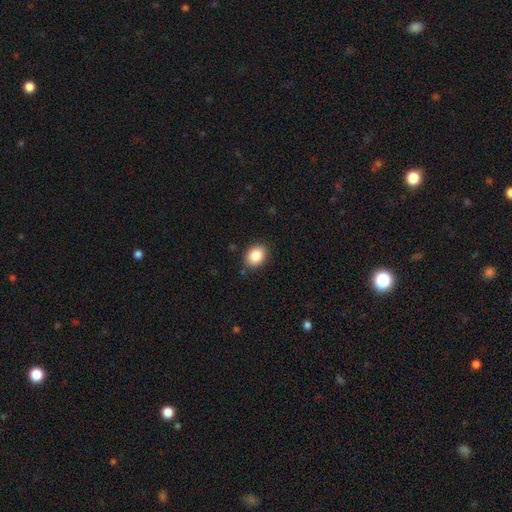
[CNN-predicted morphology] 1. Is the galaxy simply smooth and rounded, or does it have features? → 86% smooth, 8% star or artifact, 5% featured or disk.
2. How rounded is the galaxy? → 61% in between, 38% round, 1% cigar-shaped.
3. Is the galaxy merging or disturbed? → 87% none, 9% minor disturbance, 2% major disturbance, 1% merger.